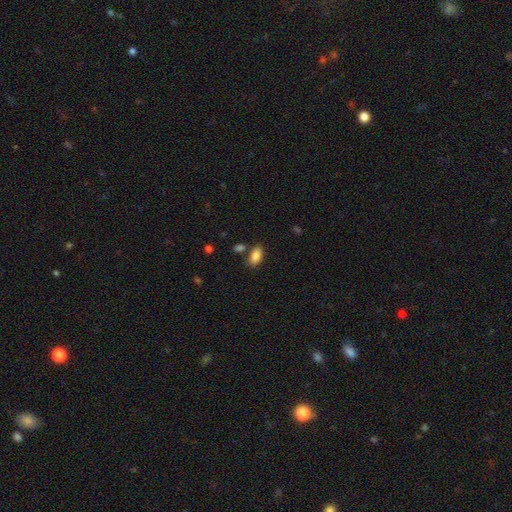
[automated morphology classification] smooth 87%, star or artifact 8%, featured or disk 5%. Down the decision tree: how rounded — in between (92%); merging — none (75%).